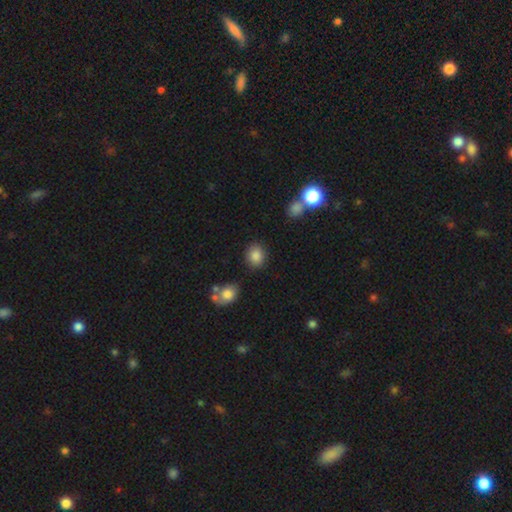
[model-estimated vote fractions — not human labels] A smooth galaxy with no disk features (85%) that is round (64%).

Vote fractions:
- Smooth or featured? smooth: 85% / star or artifact: 10% / featured or disk: 5%
- How rounded? round: 64% / in between: 35% / cigar-shaped: 1%
- Merging? none: 83% / minor disturbance: 10% / merger: 4% / major disturbance: 3%